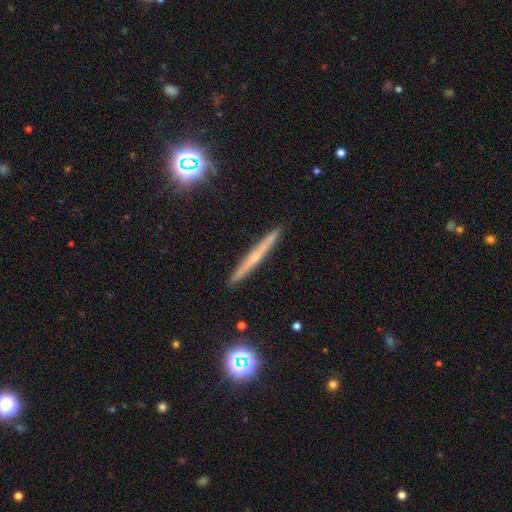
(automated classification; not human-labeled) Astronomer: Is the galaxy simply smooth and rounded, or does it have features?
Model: featured or disk — 58%.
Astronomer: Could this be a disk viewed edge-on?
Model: yes — 97%.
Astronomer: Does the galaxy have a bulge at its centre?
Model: none — 56% (runner-up: rounded, 39%).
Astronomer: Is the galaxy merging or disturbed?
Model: none — 92%.